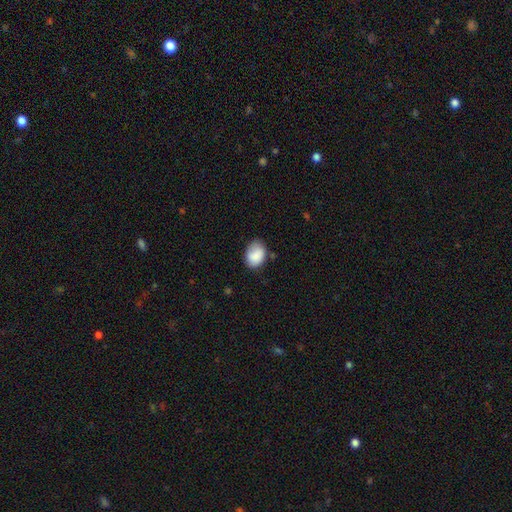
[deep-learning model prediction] smooth-or-featured: smooth: 86% | featured or disk: 7% | star or artifact: 7%
  how-rounded: in between: 75% | round: 24% | cigar-shaped: 1%
  merging: none: 67% | minor disturbance: 25% | major disturbance: 5% | merger: 2%